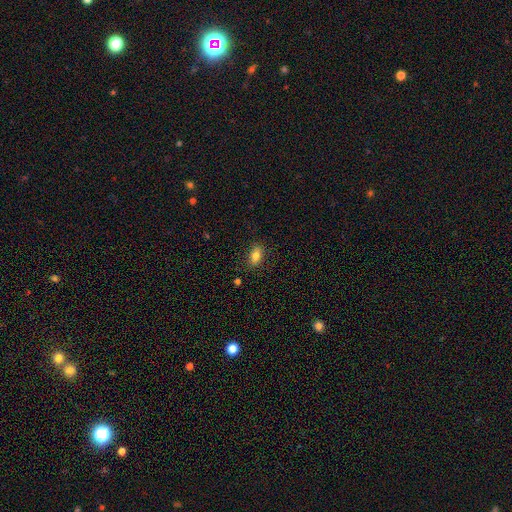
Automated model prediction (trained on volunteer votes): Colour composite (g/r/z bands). It shows a smooth galaxy with no disk features (81%) that is in between round and cigar-shaped (87%). Merging: none (85%).